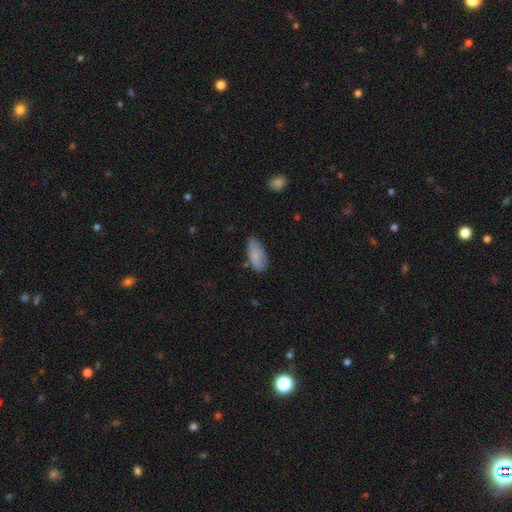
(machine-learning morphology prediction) smooth 83%, featured or disk 10%, star or artifact 7%. Down the decision tree: how rounded — in between (87%); merging — none (62%).